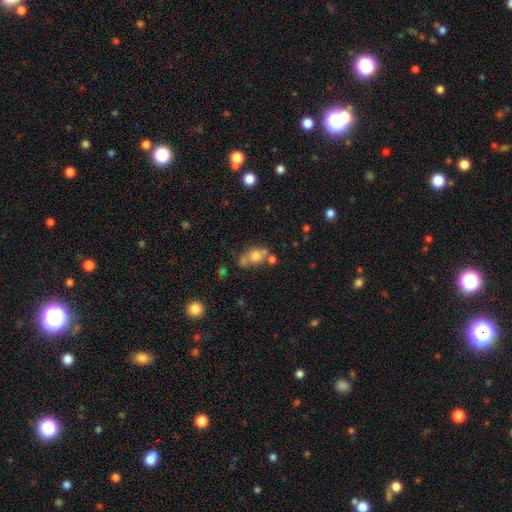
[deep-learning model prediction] Overall: smooth (66%). How rounded: in between (50%; round 46%). Merging: none (43%; merger 33%).